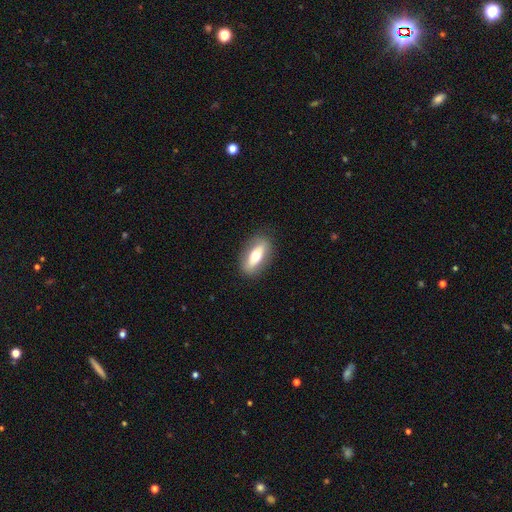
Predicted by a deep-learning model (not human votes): Smooth or featured? Predicted: smooth (p=0.56). How rounded? Predicted: in between (p=0.74). Merging? Predicted: none (p=0.86).